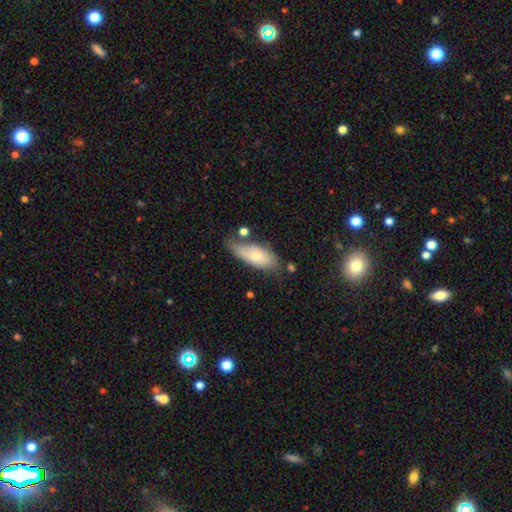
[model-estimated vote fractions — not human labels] Smooth or featured: smooth — 63% (featured or disk — 30%)
How rounded: in between — 84% (cigar-shaped — 14%)
Merging: none — 46% (minor disturbance — 31%)